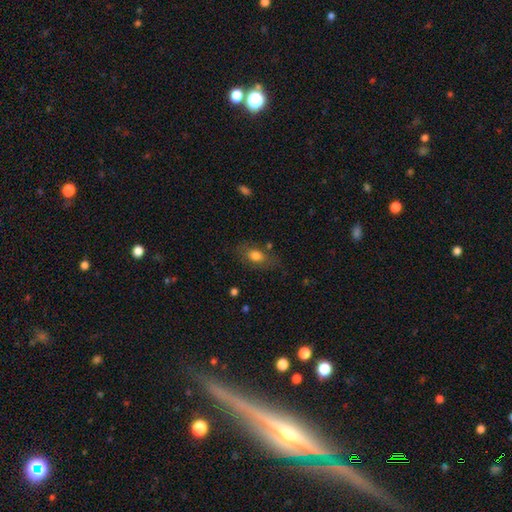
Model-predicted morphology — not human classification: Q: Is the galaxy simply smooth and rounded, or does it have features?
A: smooth — 74%.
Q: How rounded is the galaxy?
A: in between — 82%.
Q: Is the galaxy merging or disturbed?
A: none — 69%.